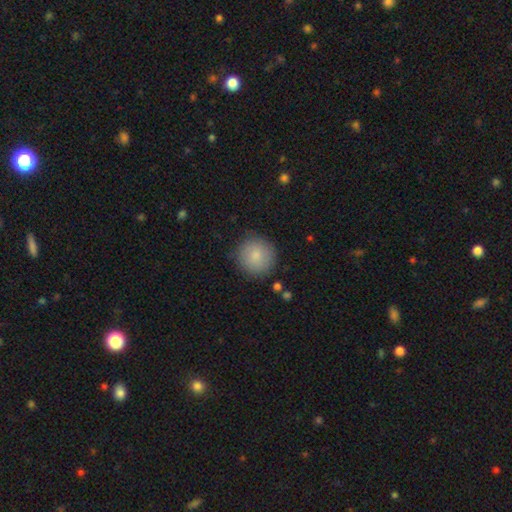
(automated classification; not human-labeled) smooth 85%, featured or disk 8%, star or artifact 7%. Down the decision tree: how rounded — round (94%); merging — none (87%).